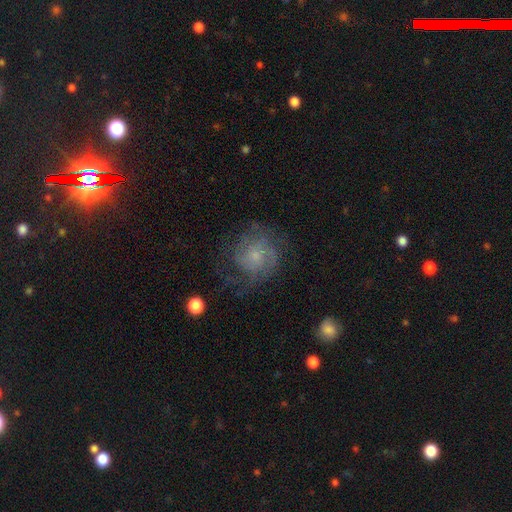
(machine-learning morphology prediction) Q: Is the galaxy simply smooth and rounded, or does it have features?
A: featured or disk — 63%.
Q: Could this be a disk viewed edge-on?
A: no — 98%.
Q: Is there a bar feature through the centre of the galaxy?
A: no — 78%.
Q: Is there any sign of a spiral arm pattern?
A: yes — 82%.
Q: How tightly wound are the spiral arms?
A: tight — 44%.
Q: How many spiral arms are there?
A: can't tell — 43%.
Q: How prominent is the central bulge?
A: small — 67%.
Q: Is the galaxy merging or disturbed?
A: none — 58%.